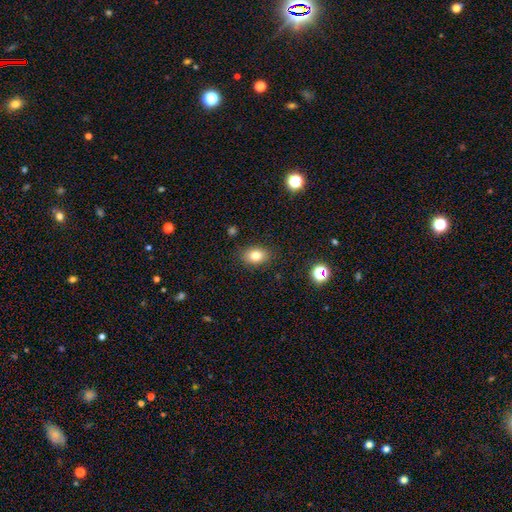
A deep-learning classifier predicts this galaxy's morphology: Smooth or featured?
  - smooth: 80% *
  - star or artifact: 11%
  - featured or disk: 10%
How rounded?
  - in between: 74% *
  - round: 25%
  - cigar-shaped: 1%
Merging?
  - none: 86% *
  - minor disturbance: 10%
  - major disturbance: 3%
  - merger: 1%